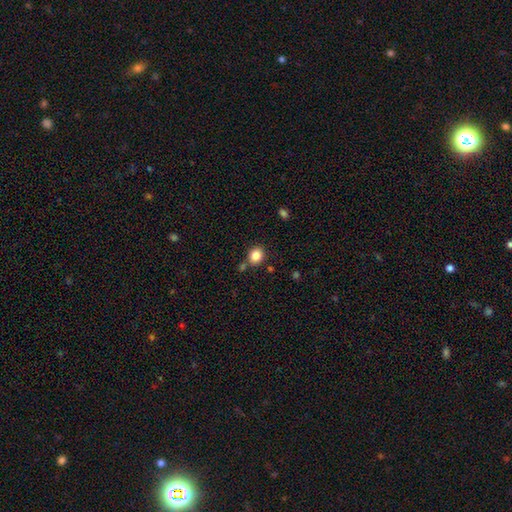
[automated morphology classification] This appears to be a smooth galaxy with no disk features (84%) that is round (75%). Merging: none (78%).